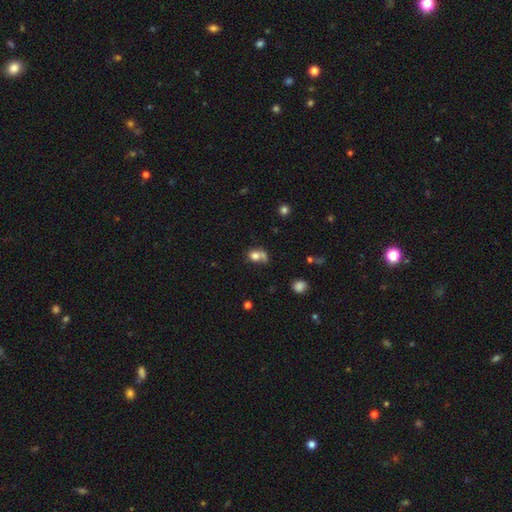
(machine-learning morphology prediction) smooth-or-featured: smooth: 73% | featured or disk: 14% | star or artifact: 13%
  how-rounded: round: 56% | in between: 42% | cigar-shaped: 2%
  merging: merger: 35% | none: 34% | minor disturbance: 17% | major disturbance: 15%